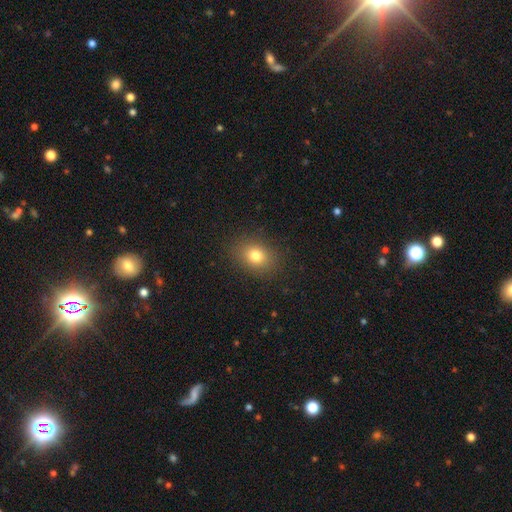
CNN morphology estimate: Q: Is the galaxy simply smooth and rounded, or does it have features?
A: smooth — 78%.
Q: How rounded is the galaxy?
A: in between — 54%.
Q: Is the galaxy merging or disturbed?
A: none — 88%.